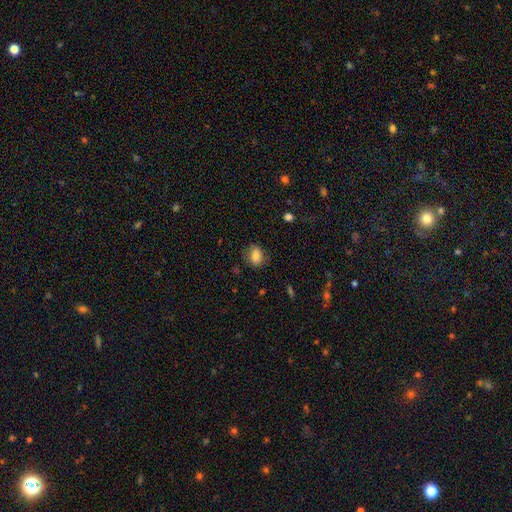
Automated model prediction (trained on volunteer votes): This is likely a smooth galaxy (78%). How rounded: likely in between (70%). Merging: likely none (74%).